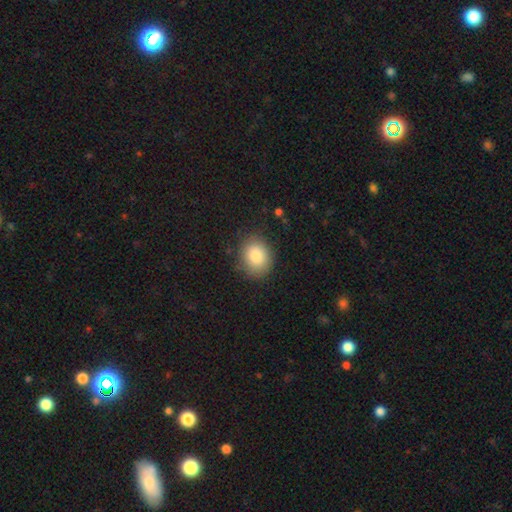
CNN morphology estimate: Smooth or featured: smooth — 84% (star or artifact — 9%)
How rounded: round — 59% (in between — 40%)
Merging: none — 83% (minor disturbance — 12%)